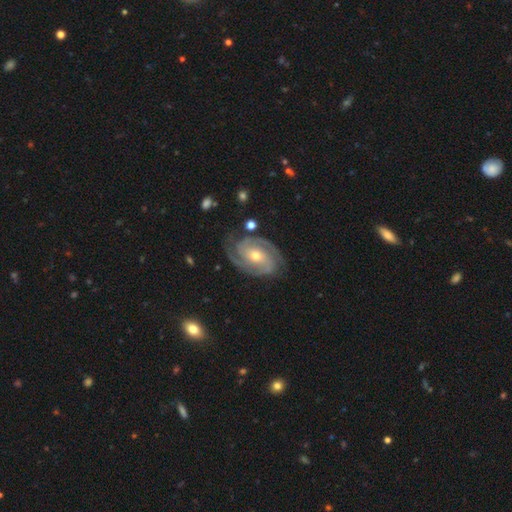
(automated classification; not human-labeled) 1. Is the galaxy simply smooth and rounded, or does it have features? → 92% featured or disk, 4% star or artifact, 4% smooth.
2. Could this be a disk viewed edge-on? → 97% no, 3% yes.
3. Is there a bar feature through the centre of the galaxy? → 55% no, 30% weak, 15% strong.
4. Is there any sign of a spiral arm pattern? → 98% yes, 2% no.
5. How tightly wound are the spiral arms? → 67% tight, 29% medium, 4% loose.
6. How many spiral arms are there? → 62% 2, 23% 3, 5% can't tell, 4% 4, 3% 1, 3% more than 4.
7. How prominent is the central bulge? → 57% moderate, 39% small, 2% large, 1% none, 1% dominant.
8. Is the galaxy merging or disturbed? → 81% none, 13% minor disturbance, 4% major disturbance, 2% merger.